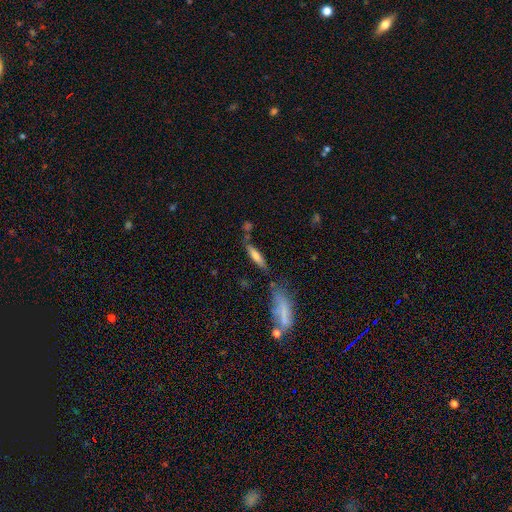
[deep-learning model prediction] Smooth or featured? Predicted: smooth (p=0.61). How rounded? Predicted: cigar-shaped (p=0.76). Merging? Predicted: none (p=0.65).